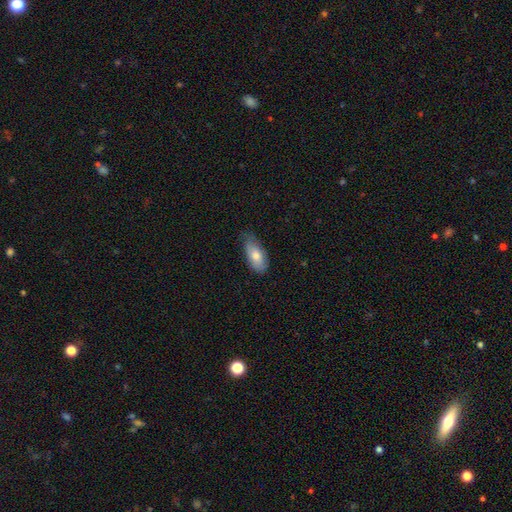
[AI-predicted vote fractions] Smooth or featured?
  - smooth: 76% *
  - featured or disk: 18%
  - star or artifact: 6%
How rounded?
  - in between: 87% *
  - cigar-shaped: 11%
  - round: 3%
Merging?
  - none: 62% *
  - minor disturbance: 32%
  - major disturbance: 6%
  - merger: 1%